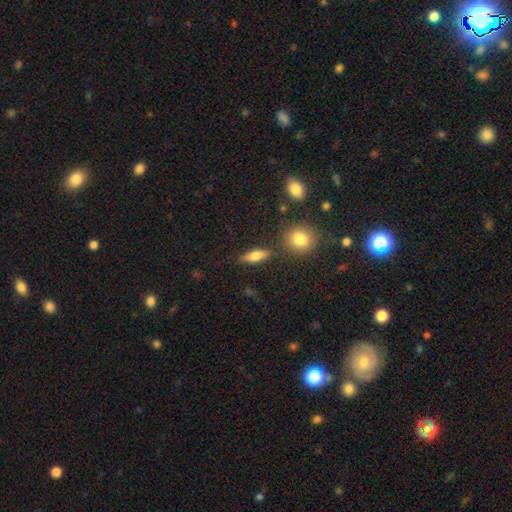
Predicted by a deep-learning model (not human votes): A smooth galaxy with no disk features (66%) that is in between round and cigar-shaped (58%). Merging: none (79%).